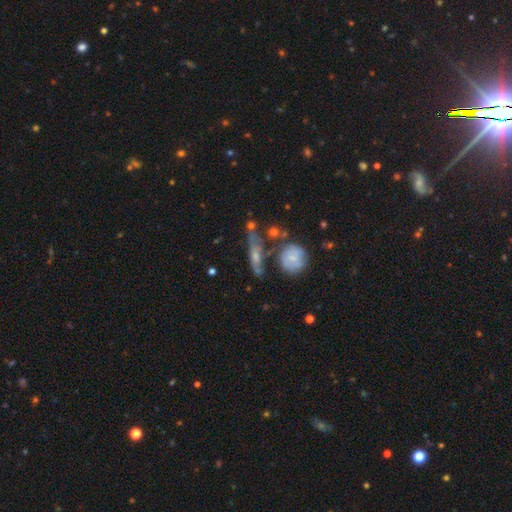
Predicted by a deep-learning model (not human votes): smooth_or_featured: featured or disk (p=0.51) [alt: smooth p=0.36]
disk_edge_on: yes (p=0.56) [alt: no p=0.44]
merging: none (p=0.53) [alt: minor disturbance p=0.21]